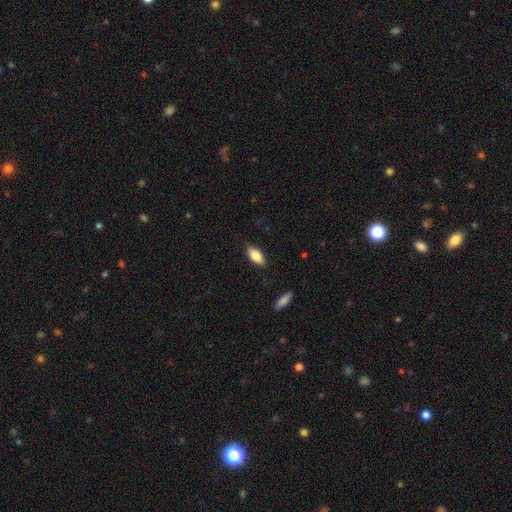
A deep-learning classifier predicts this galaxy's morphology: The model was most divided on "smooth or featured": smooth: 81%, featured or disk: 13%, star or artifact: 7%. More confident: how rounded — in between (87%); merging — none (85%).